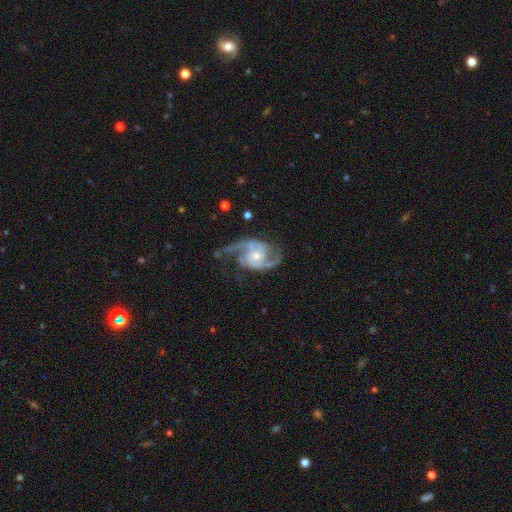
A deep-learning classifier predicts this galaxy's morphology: Smooth or featured: featured or disk — 91% (smooth — 5%)
Edge-on disk: no — 98% (yes — 2%)
Bar: no — 64% (weak — 29%)
Spiral arms: yes — 97% (no — 3%)
Spiral winding: medium — 51% (loose — 32%)
Spiral arm count: 2 — 90% (3 — 3%)
Bulge size: moderate — 49% (small — 44%)
Merging: none — 61% (minor disturbance — 20%)